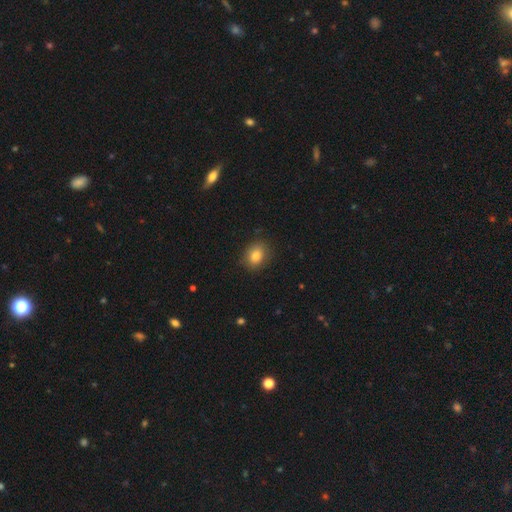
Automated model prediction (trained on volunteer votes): Smooth or featured?
  - smooth: 84% *
  - star or artifact: 9%
  - featured or disk: 7%
How rounded?
  - in between: 54% *
  - round: 45%
  - cigar-shaped: 1%
Merging?
  - none: 86% *
  - minor disturbance: 10%
  - major disturbance: 3%
  - merger: 1%